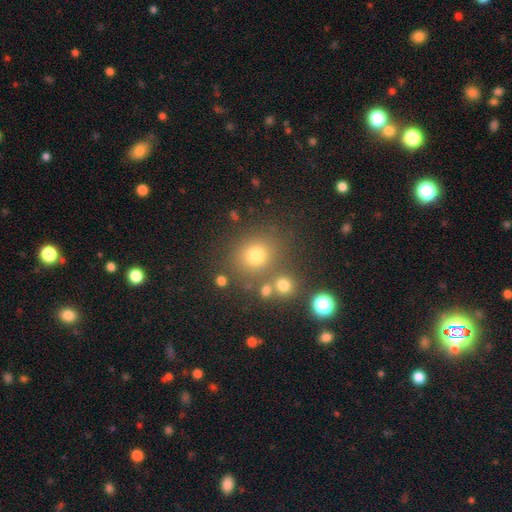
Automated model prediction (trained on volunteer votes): A smooth galaxy with no disk features (69%) that is round (80%).

Vote fractions:
- Smooth or featured? smooth: 69% / star or artifact: 22% / featured or disk: 9%
- How rounded? round: 80% / in between: 19% / cigar-shaped: 1%
- Merging? none: 75% / merger: 11% / minor disturbance: 10% / major disturbance: 4%